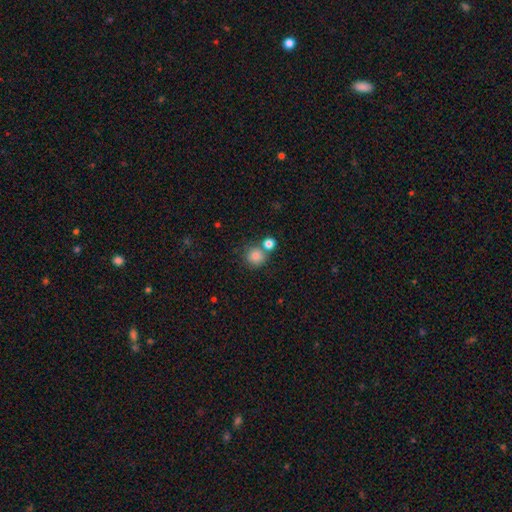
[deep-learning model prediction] Q: Smooth or featured?
A: smooth (82%); runner-up: star or artifact (11%)
Q: How rounded?
A: round (91%); runner-up: in between (8%)
Q: Merging?
A: none (64%); runner-up: merger (24%)